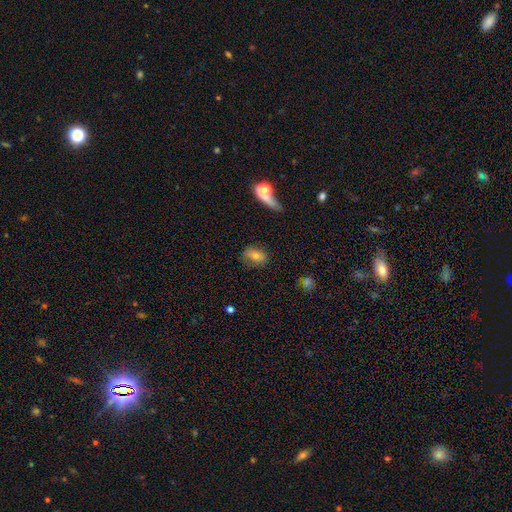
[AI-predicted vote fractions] This appears to be a smooth galaxy with no disk features (60%) that is in between round and cigar-shaped (74%). Merging: none (65%).